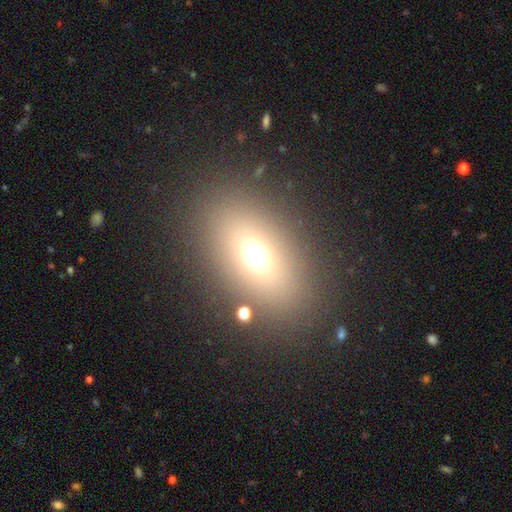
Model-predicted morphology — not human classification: The model was most divided on "smooth or featured": smooth: 64%, star or artifact: 20%, featured or disk: 16%. More confident: merging — none (83%); how rounded — in between (73%).